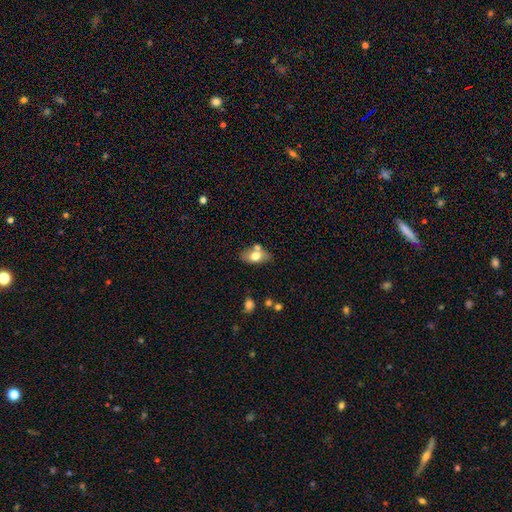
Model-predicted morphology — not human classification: The model was most divided on "merging": none: 60%, merger: 19%, minor disturbance: 16%, major disturbance: 5%. More confident: how rounded — in between (88%); smooth or featured — smooth (71%).